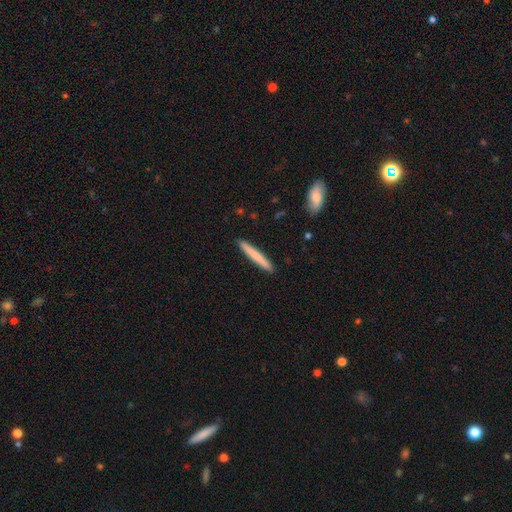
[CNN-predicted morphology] Overall: smooth (71%). How rounded: cigar-shaped (96%). Merging: none (92%).